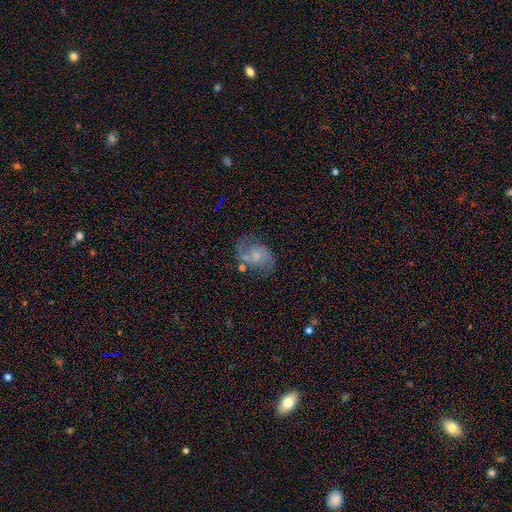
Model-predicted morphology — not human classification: The model was most divided on "spiral winding": medium: 50%, loose: 32%, tight: 18%. More confident: edge-on disk — no (98%); spiral arms — yes (93%); spiral arm count — 2 (87%); smooth or featured — featured or disk (75%); merging — none (66%); bar — no (61%); bulge size — small (56%).